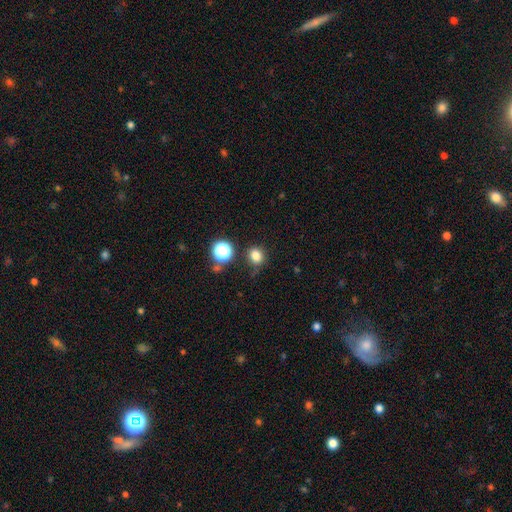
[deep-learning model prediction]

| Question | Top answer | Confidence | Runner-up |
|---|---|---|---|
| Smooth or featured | smooth | 79% | star or artifact (16%) |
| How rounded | round | 77% | in between (22%) |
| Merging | none | 78% | minor disturbance (14%) |